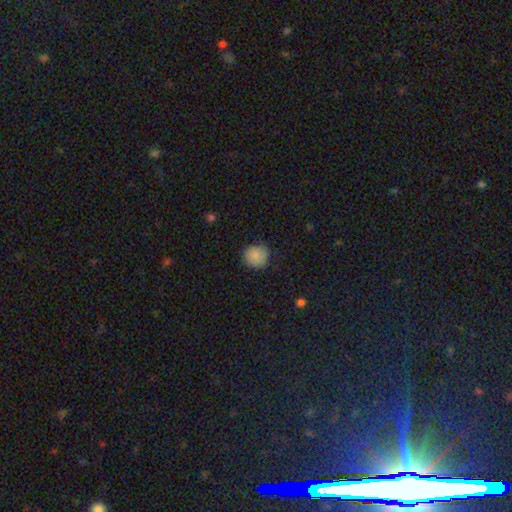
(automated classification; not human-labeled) This is clearly a smooth galaxy (87%). How rounded: clearly round (90%). Merging: clearly none (85%).